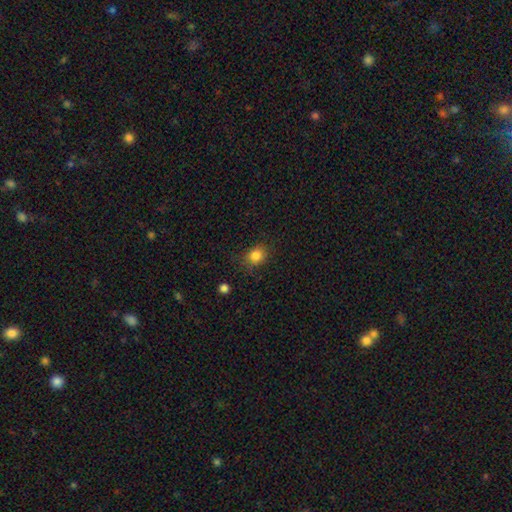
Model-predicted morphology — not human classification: A smooth galaxy with no disk features (83%) that is round (64%).

Vote fractions:
- Smooth or featured? smooth: 83% / star or artifact: 12% / featured or disk: 5%
- How rounded? round: 64% / in between: 35% / cigar-shaped: 1%
- Merging? none: 78% / minor disturbance: 16% / major disturbance: 5% / merger: 2%